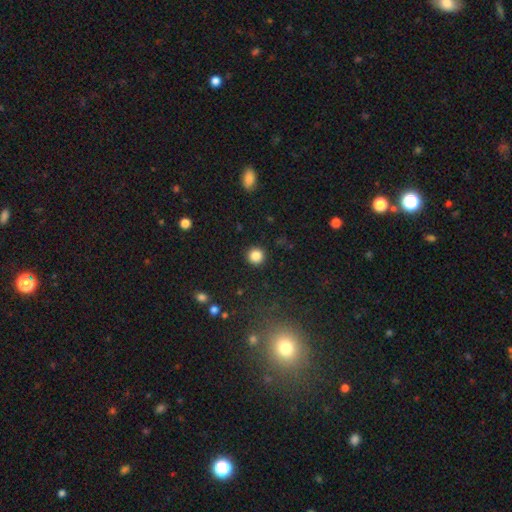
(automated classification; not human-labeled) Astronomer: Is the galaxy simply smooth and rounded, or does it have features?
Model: smooth — 85%.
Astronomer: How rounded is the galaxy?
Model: round — 95%.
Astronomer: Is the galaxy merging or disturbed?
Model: none — 92%.